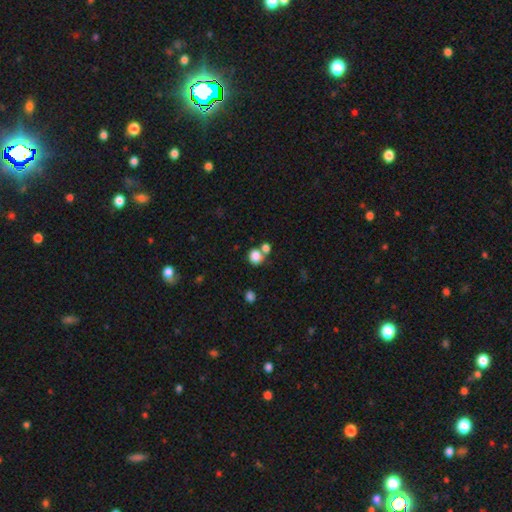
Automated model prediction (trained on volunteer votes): This is clearly a smooth galaxy (83%). How rounded: likely round (76%). Merging: possibly none (53%).